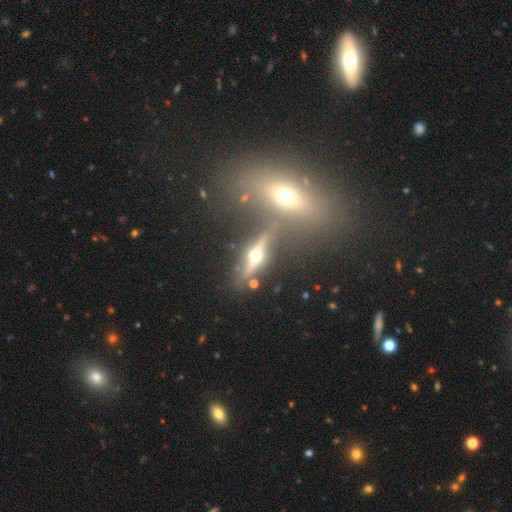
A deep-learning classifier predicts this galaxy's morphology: type=featured or disk (73%); edge-on=yes (90%); edge-on bulge=rounded (97%); merging=none (75%).